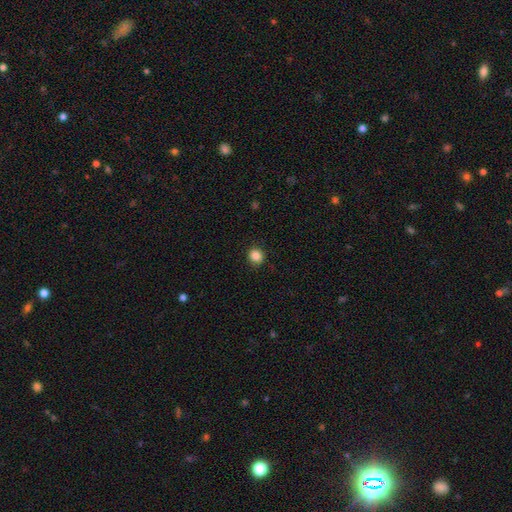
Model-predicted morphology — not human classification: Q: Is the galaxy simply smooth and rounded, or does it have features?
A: smooth — 86%.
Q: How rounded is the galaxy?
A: round — 87%.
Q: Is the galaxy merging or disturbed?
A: none — 90%.